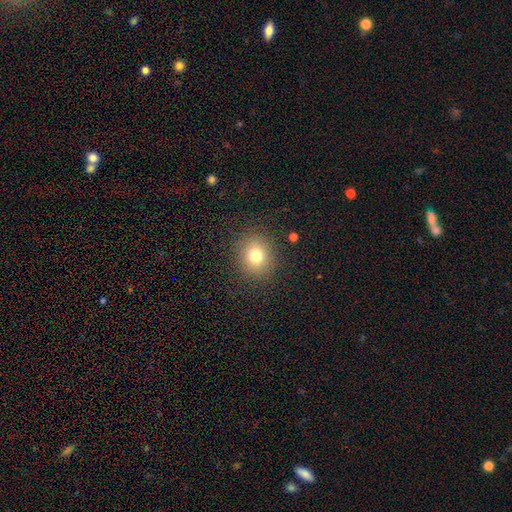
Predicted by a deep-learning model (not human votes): Smooth or featured? smooth (76%)
How rounded? round (76%)
Merging? none (86%)